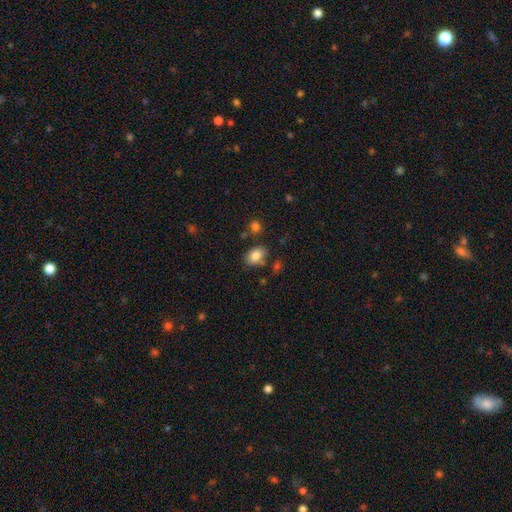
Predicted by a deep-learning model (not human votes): Overall: smooth (84%). How rounded: in between (84%). Merging: none (77%).